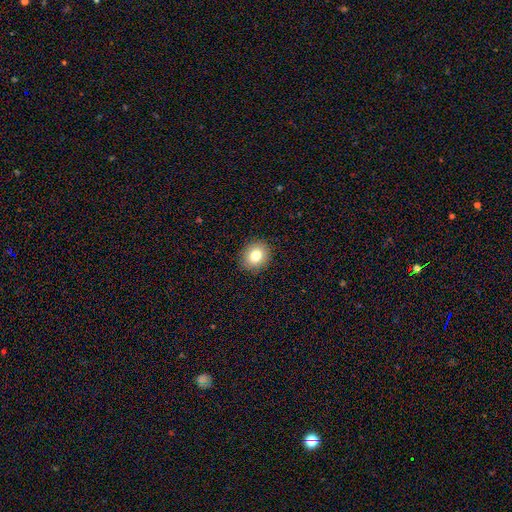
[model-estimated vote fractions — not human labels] Morphology: type=smooth (80%); roundness=round (70%); merging=none (90%).